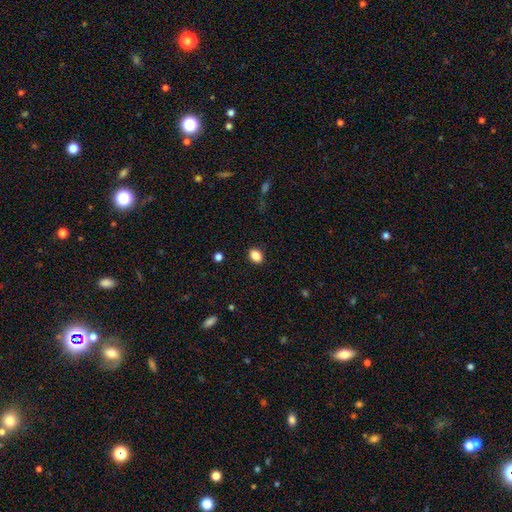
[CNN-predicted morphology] A smooth galaxy with no disk features (87%) that is in between round and cigar-shaped (70%).

Vote fractions:
- Smooth or featured? smooth: 87% / star or artifact: 9% / featured or disk: 4%
- How rounded? in between: 70% / round: 29% / cigar-shaped: 1%
- Merging? none: 89% / minor disturbance: 7% / major disturbance: 2% / merger: 1%